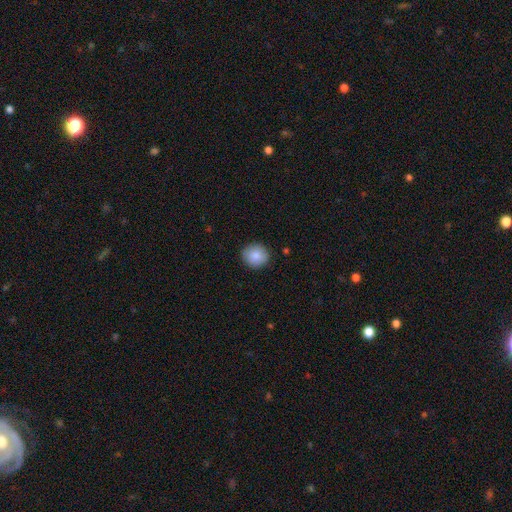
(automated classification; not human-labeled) Smooth or featured? Predicted: smooth (p=0.86). How rounded? Predicted: round (p=0.86). Merging? Predicted: none (p=0.88).